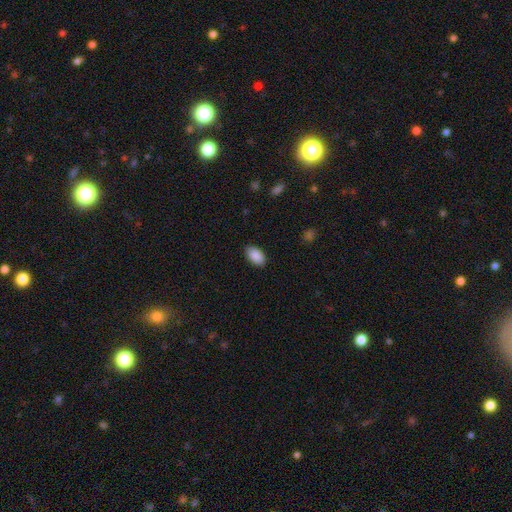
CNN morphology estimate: This appears to be a smooth galaxy with no disk features (90%) that is in between round and cigar-shaped (94%). Merging: none (87%).